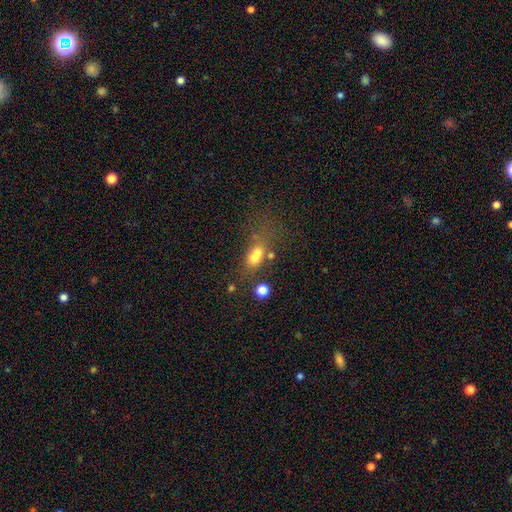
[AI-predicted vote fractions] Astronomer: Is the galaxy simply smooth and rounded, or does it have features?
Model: smooth — 55%.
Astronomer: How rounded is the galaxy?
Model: in between — 59%.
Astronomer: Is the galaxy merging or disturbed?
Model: merger — 41% (runner-up: none, 30%).